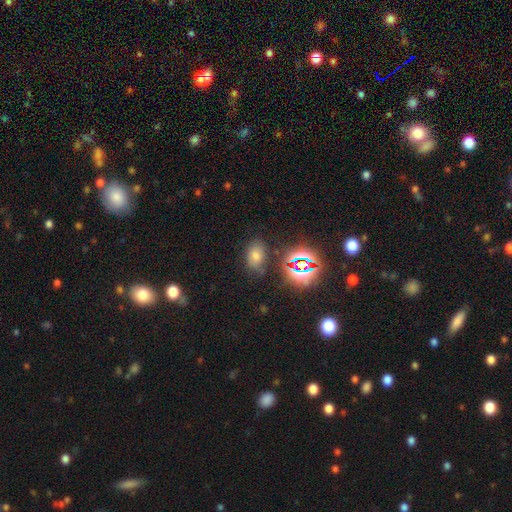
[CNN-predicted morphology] A smooth galaxy with no disk features (57%) that is in between round and cigar-shaped (79%). Merging: none (79%).